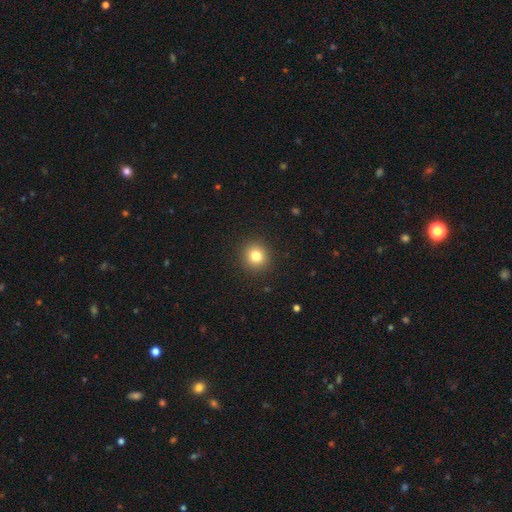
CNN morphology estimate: Smooth or featured: smooth — 81% (star or artifact — 12%)
How rounded: round — 89% (in between — 10%)
Merging: none — 91% (minor disturbance — 6%)